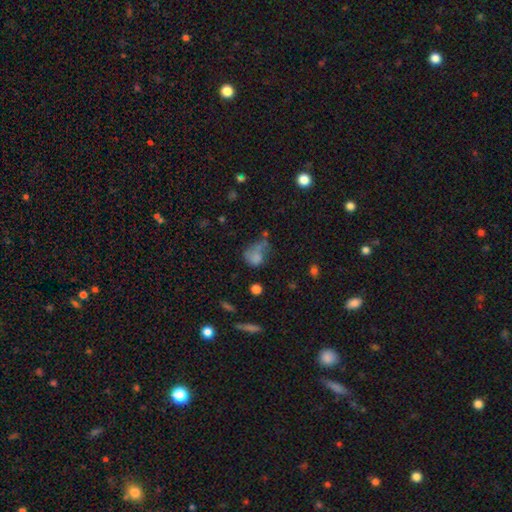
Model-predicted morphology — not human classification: Q: Smooth or featured?
A: smooth (66%); runner-up: featured or disk (20%)
Q: How rounded?
A: in between (54%); runner-up: round (44%)
Q: Merging?
A: major disturbance (32%); runner-up: none (25%)